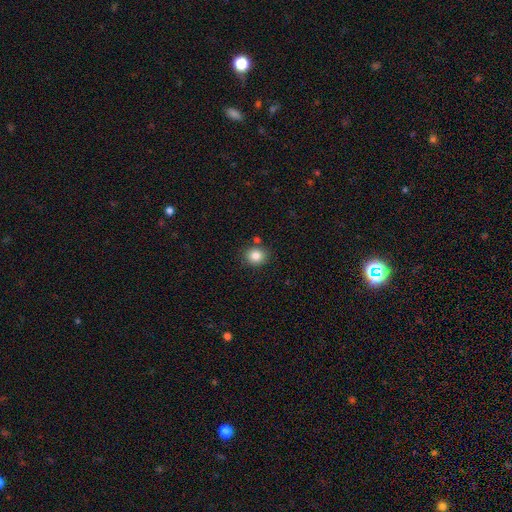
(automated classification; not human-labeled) This appears to be a smooth galaxy with no disk features (84%) that is round (81%). Merging: none (82%).